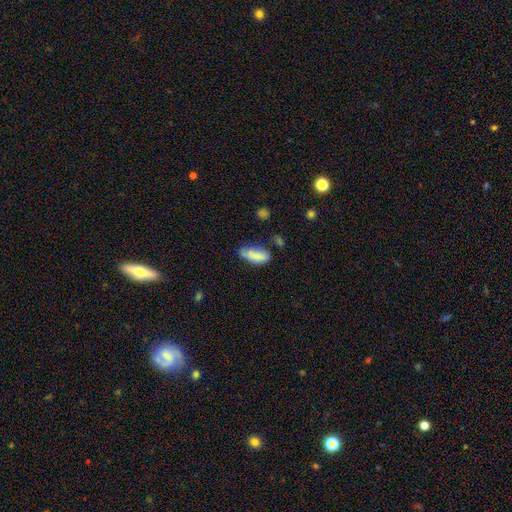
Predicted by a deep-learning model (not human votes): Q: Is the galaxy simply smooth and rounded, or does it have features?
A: smooth — 81%.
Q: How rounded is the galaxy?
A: in between — 85%.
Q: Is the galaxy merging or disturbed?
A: none — 48%.